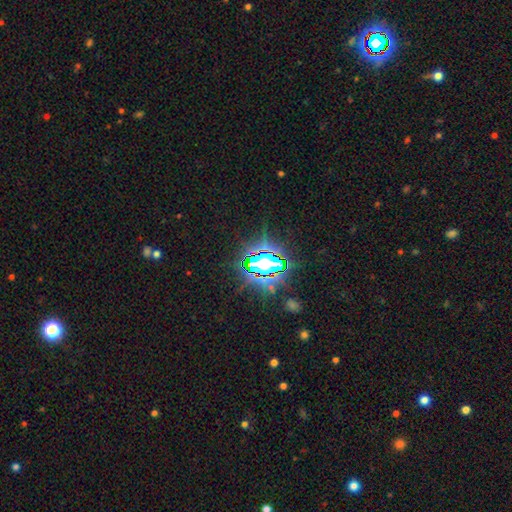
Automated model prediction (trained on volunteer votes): Smooth or featured?
  - star or artifact: 77% *
  - smooth: 13%
  - featured or disk: 11%